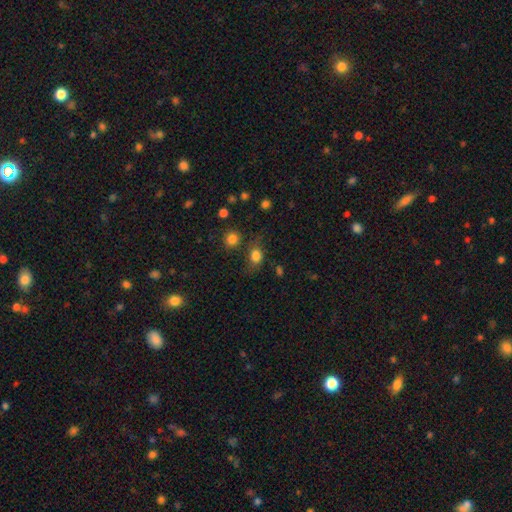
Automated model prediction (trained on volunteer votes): A smooth galaxy with no disk features (75%) that is in between round and cigar-shaped (56%). Merging: none (56%).